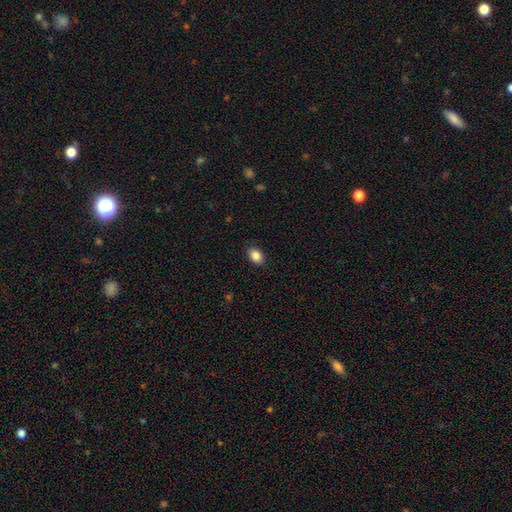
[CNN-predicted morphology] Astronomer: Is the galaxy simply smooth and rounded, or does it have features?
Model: smooth — 87%.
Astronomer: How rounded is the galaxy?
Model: in between — 79%.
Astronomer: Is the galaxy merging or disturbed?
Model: none — 88%.